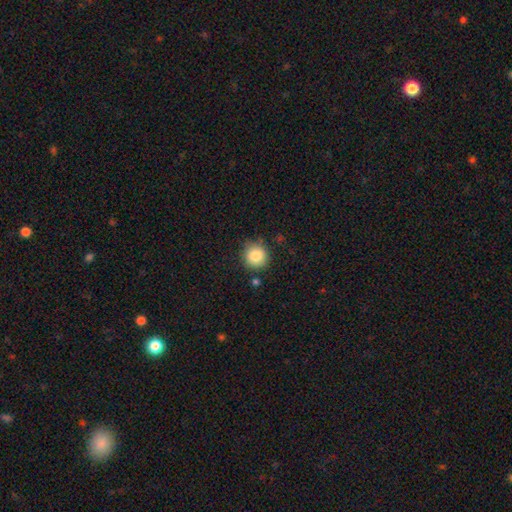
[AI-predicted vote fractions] smooth-or-featured: smooth: 85% | star or artifact: 9% | featured or disk: 6%
  how-rounded: round: 89% | in between: 10% | cigar-shaped: 1%
  merging: none: 80% | minor disturbance: 13% | merger: 3% | major disturbance: 3%